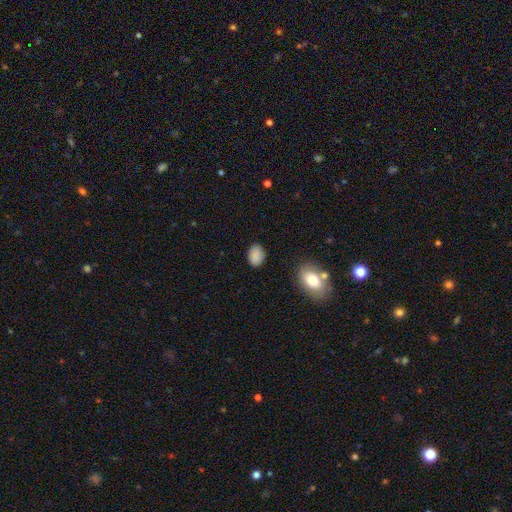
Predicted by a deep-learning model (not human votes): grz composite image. It shows a smooth galaxy with no disk features (88%) that is in between round and cigar-shaped (78%). Merging: none (85%).